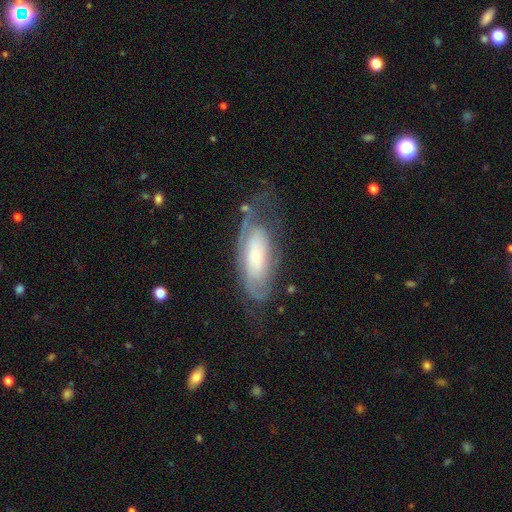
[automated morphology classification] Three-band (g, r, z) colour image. It shows a featured or disk galaxy (69%) with no bar (68%), spiral arms (80%) and a small central bulge (60%). Merging: none (48%).